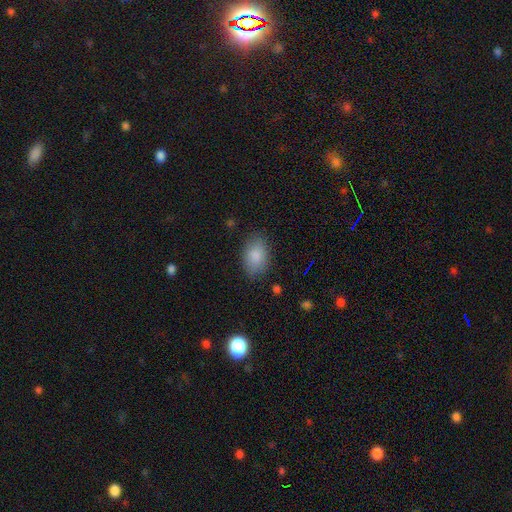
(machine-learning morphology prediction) Overall: smooth (86%). How rounded: in between (87%). Merging: none (82%).